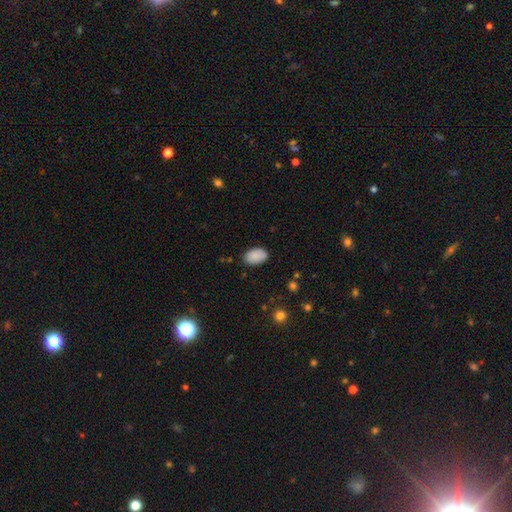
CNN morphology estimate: Smooth or featured? smooth (88%)
How rounded? in between (90%)
Merging? none (82%)